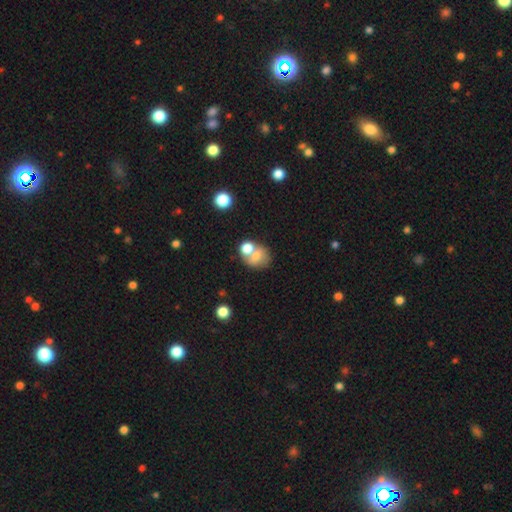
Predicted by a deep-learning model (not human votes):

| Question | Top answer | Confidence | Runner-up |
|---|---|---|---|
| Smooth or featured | smooth | 70% | featured or disk (20%) |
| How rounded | round | 66% | in between (33%) |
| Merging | merger | 47% | none (38%) |